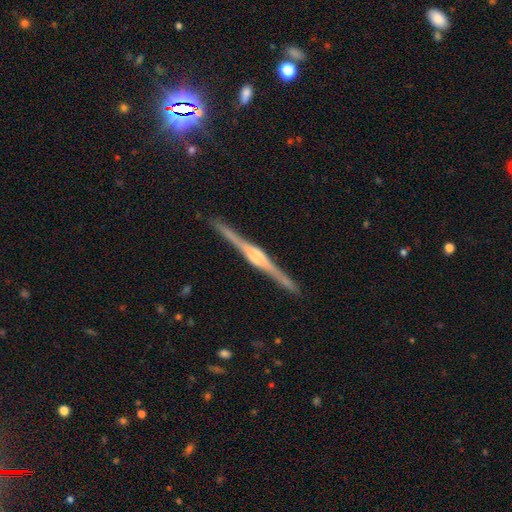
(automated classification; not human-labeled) Smooth or featured: featured or disk — 88% (smooth — 7%)
Edge-on disk: yes — 99% (no — 1%)
Edge-on bulge: rounded — 64% (boxy — 31%)
Merging: none — 91% (minor disturbance — 7%)